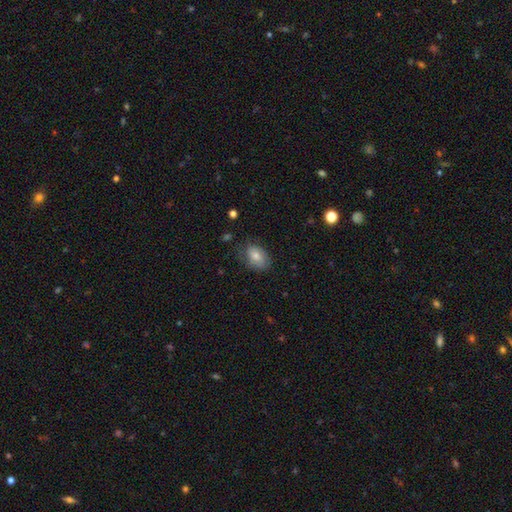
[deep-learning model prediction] This is likely a smooth galaxy (68%). How rounded: clearly in between (82%). Merging: likely none (70%).